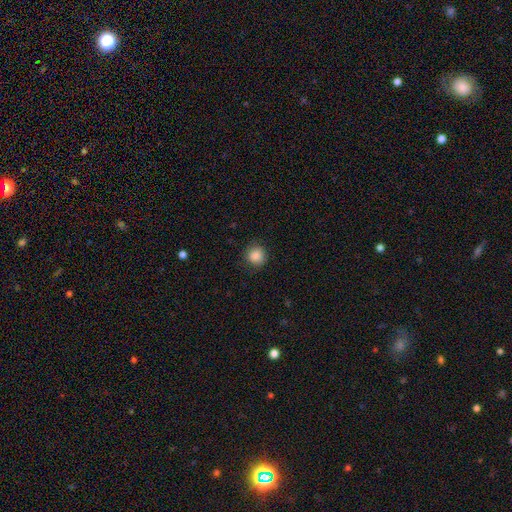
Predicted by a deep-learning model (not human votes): Morphology: type=smooth (87%); roundness=round (90%); merging=none (85%).